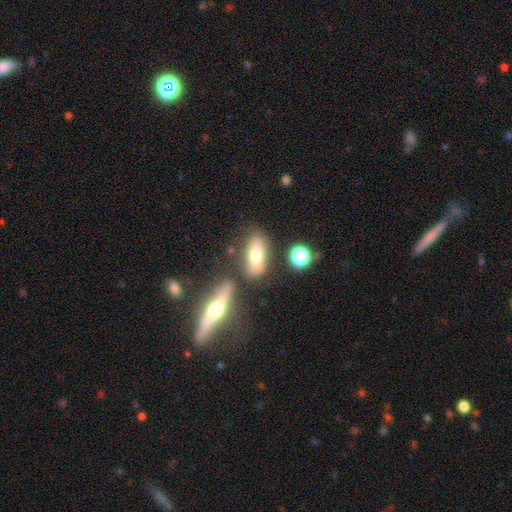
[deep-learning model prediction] Smooth or featured?
  - smooth: 68% *
  - featured or disk: 22%
  - star or artifact: 10%
How rounded?
  - in between: 75% *
  - cigar-shaped: 20%
  - round: 5%
Merging?
  - none: 68% *
  - minor disturbance: 14%
  - merger: 13%
  - major disturbance: 5%